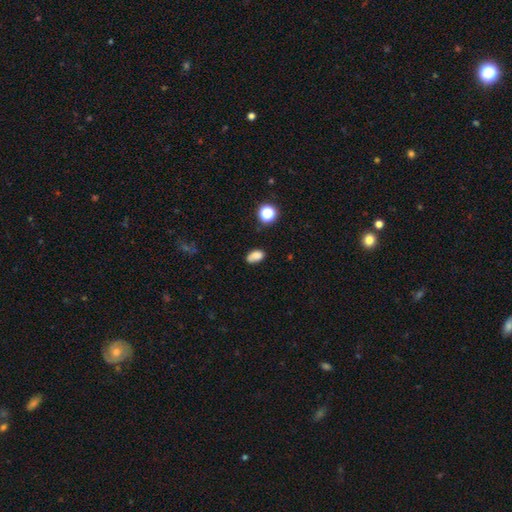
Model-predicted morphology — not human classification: A smooth galaxy with no disk features (80%) that is in between round and cigar-shaped (86%). Merging: none (61%).